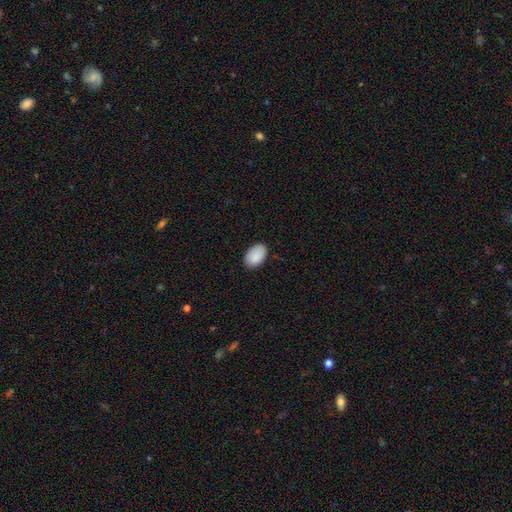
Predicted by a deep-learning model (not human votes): Q: Smooth or featured?
A: smooth (89%); runner-up: star or artifact (6%)
Q: How rounded?
A: in between (92%); runner-up: round (7%)
Q: Merging?
A: none (85%); runner-up: minor disturbance (12%)